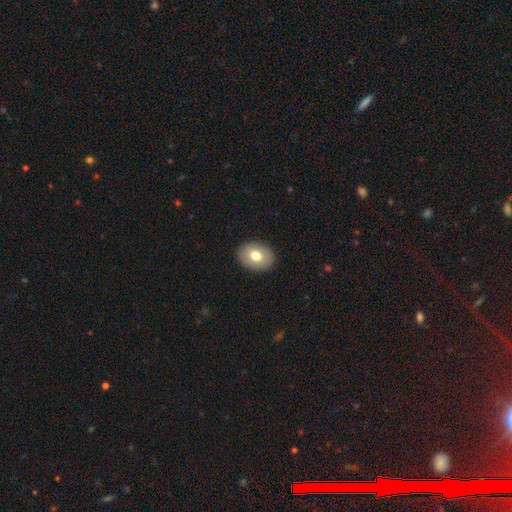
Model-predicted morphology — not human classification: A smooth galaxy with no disk features (75%) that is in between round and cigar-shaped (69%). Merging: none (90%).